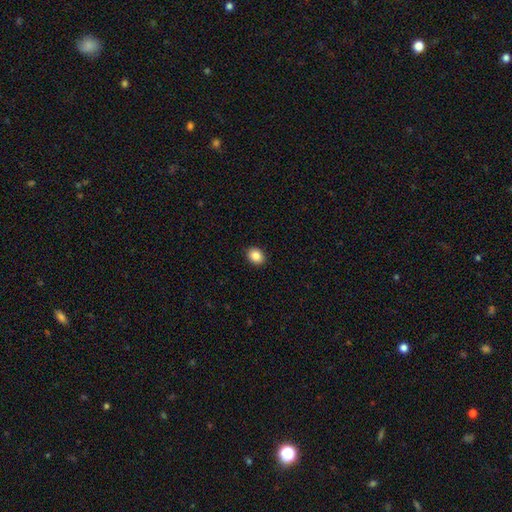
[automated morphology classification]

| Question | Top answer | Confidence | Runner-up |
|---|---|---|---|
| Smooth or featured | smooth | 86% | star or artifact (9%) |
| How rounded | round | 55% | in between (45%) |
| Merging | none | 92% | minor disturbance (6%) |